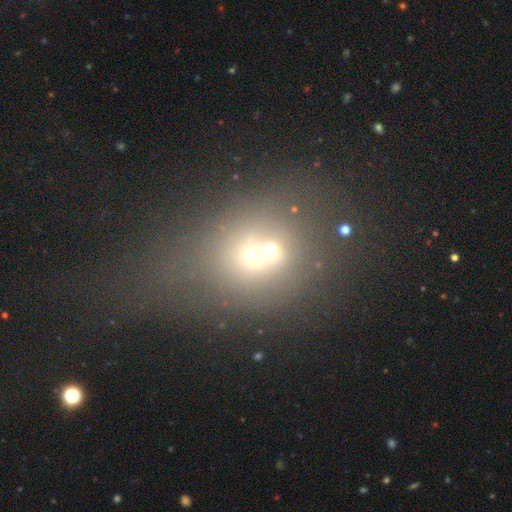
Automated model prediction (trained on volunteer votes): Smooth or featured? smooth (48%)
Merging? merger (54%)